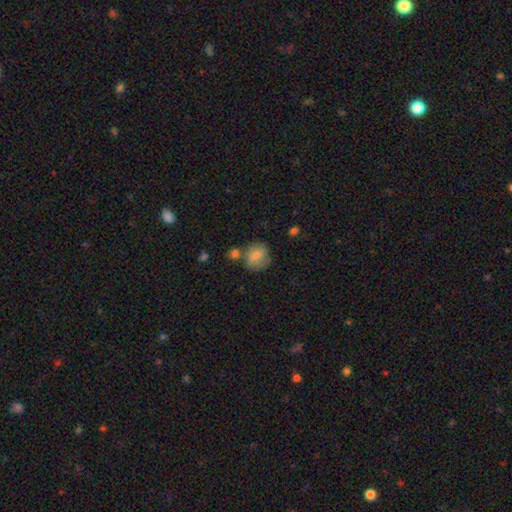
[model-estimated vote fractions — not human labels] Smooth or featured? Predicted: smooth (p=0.77). How rounded? Predicted: round (p=0.75). Merging? Predicted: none (p=0.55).